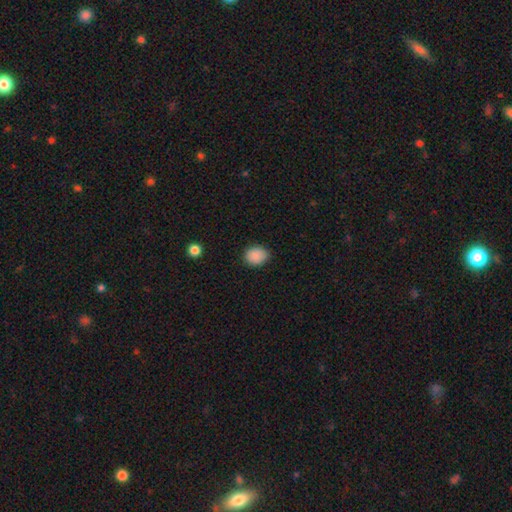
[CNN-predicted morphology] smooth_or_featured: smooth (p=0.88) [alt: star or artifact p=0.09]
how_rounded: round (p=0.55) [alt: in between p=0.44]
merging: none (p=0.82) [alt: minor disturbance p=0.14]